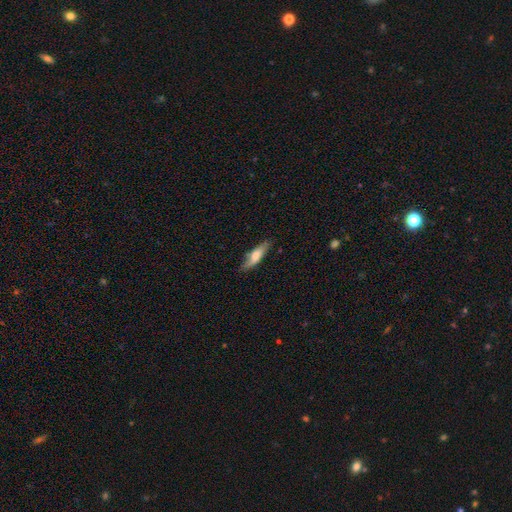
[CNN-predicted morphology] This is likely a smooth galaxy (65%). How rounded: likely cigar-shaped (65%). Merging: likely none (71%).